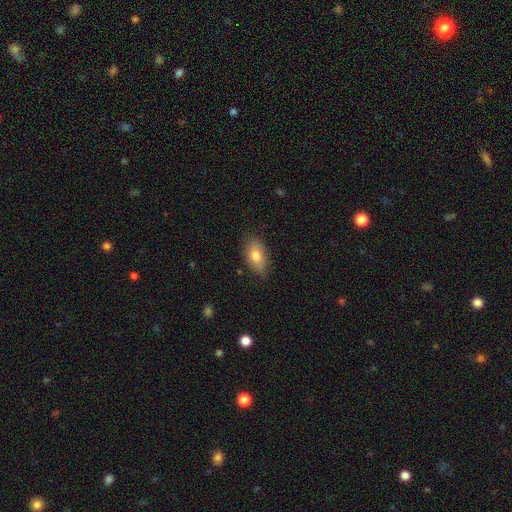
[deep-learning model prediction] The model was most divided on "smooth or featured": smooth: 76%, featured or disk: 16%, star or artifact: 7%. More confident: how rounded — in between (89%); merging — none (79%).